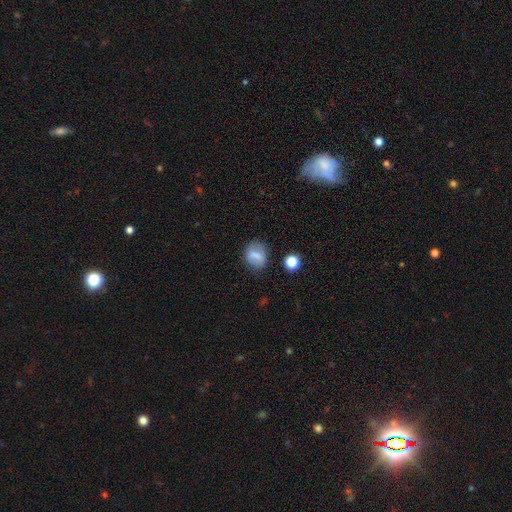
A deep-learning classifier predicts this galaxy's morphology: type=smooth (64%); roundness=round (51%); merging=none (77%).